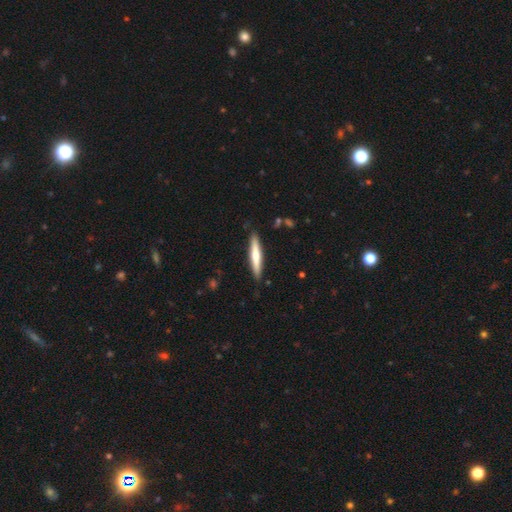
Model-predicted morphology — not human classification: Smooth or featured: smooth — 56% (featured or disk — 39%)
How rounded: cigar-shaped — 91% (in between — 7%)
Merging: none — 88% (minor disturbance — 9%)